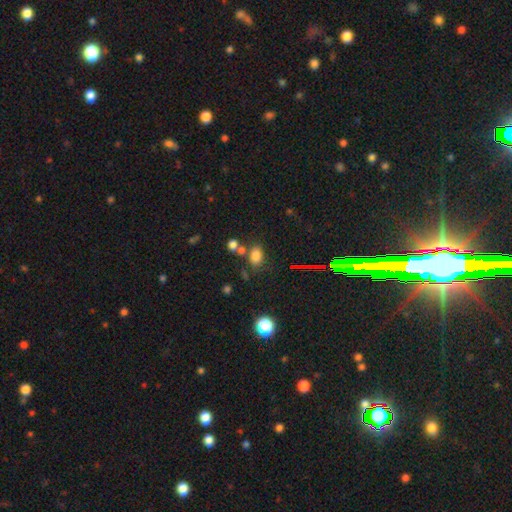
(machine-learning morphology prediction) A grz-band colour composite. It shows a smooth galaxy with no disk features (75%) that is in between round and cigar-shaped (78%). Merging: none (63%).